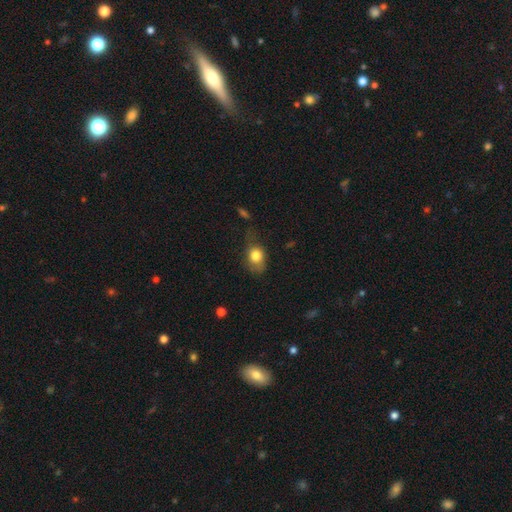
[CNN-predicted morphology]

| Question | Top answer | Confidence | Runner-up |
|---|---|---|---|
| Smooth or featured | smooth | 77% | featured or disk (14%) |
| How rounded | in between | 61% | round (37%) |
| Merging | none | 47% | minor disturbance (33%) |